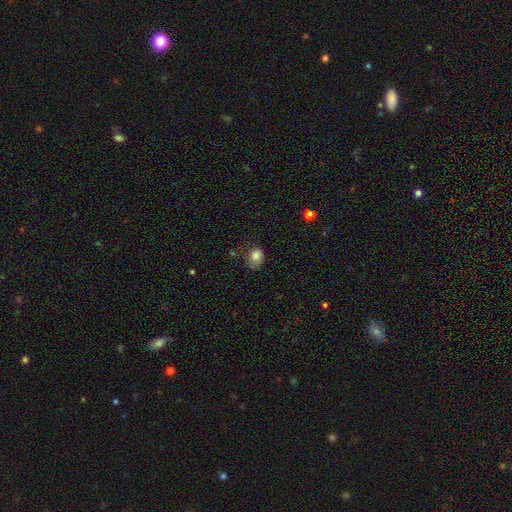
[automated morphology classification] Q: Smooth or featured?
A: smooth (82%); runner-up: star or artifact (10%)
Q: How rounded?
A: in between (52%); runner-up: round (48%)
Q: Merging?
A: none (59%); runner-up: minor disturbance (30%)